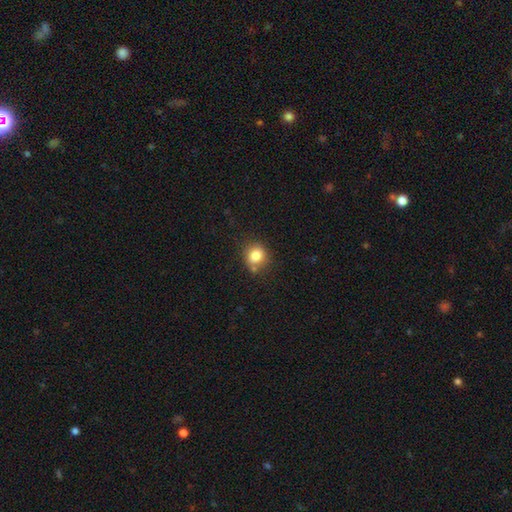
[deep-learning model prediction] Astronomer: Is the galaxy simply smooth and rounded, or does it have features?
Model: smooth — 82%.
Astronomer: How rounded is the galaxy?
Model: round — 81%.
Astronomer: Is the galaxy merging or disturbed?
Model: none — 73%.